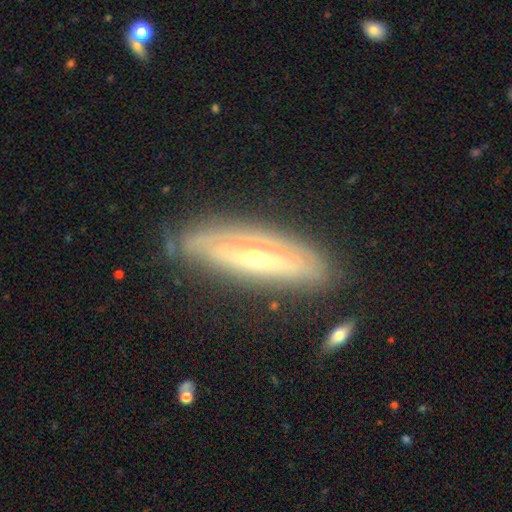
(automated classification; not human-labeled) Smooth or featured? Predicted: featured or disk (p=0.76). Edge-on disk? Predicted: no (p=0.55). Merging? Predicted: none (p=0.77).